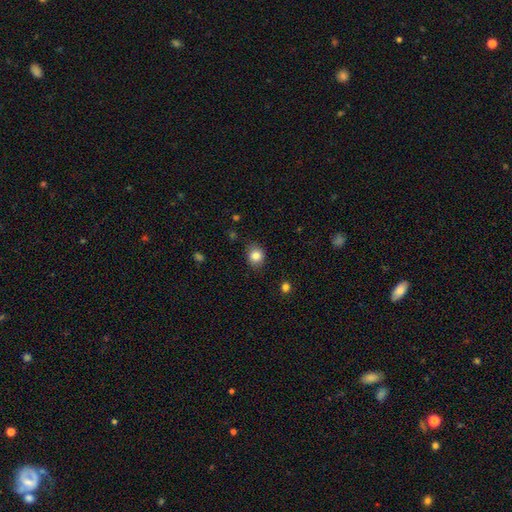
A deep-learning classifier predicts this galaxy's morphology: Smooth or featured: smooth — 84% (star or artifact — 10%)
How rounded: round — 71% (in between — 28%)
Merging: none — 84% (minor disturbance — 12%)